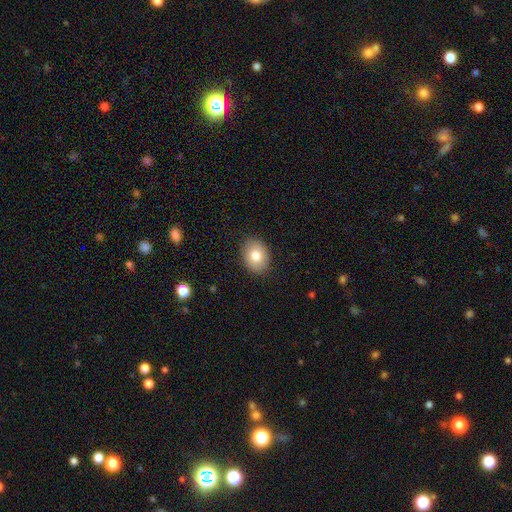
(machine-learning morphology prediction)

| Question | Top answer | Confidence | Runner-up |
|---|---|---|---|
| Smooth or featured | smooth | 79% | featured or disk (13%) |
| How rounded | in between | 67% | round (32%) |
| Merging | none | 88% | minor disturbance (9%) |